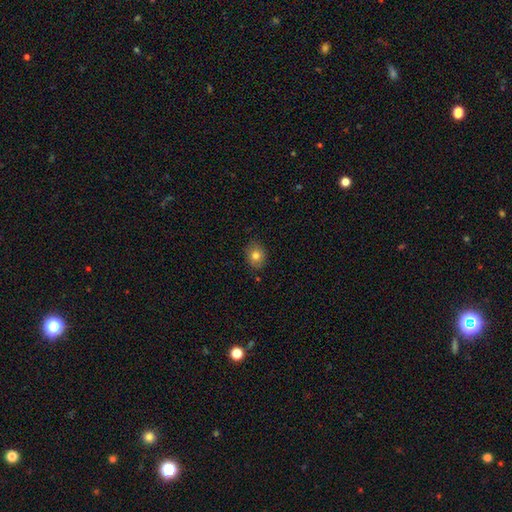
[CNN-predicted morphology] A smooth galaxy with no disk features (78%) that is round (50%). Merging: none (85%).